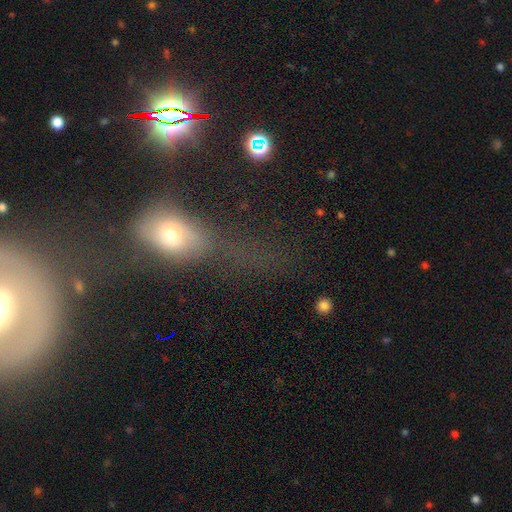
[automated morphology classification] Q: Smooth or featured?
A: smooth (45%); runner-up: star or artifact (31%)
Q: Merging?
A: none (36%); runner-up: major disturbance (35%)